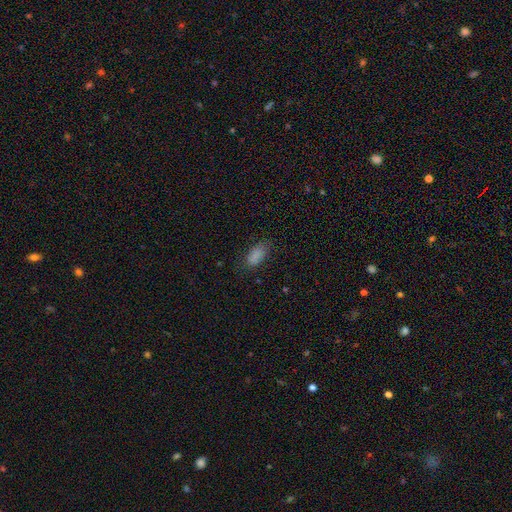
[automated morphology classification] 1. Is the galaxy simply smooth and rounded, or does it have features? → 83% smooth, 10% star or artifact, 7% featured or disk.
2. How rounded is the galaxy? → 91% in between, 5% cigar-shaped, 4% round.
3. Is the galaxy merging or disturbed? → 73% none, 20% minor disturbance, 6% major disturbance, 1% merger.